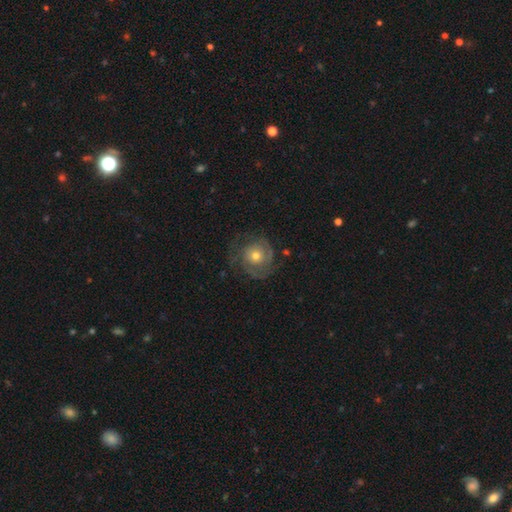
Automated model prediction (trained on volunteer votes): A featured or disk galaxy (70%) with no bar (83%), 2 (38%) tight (59%) spiral arms (86%) and a moderate central bulge (63%).

Vote fractions:
- Smooth or featured? featured or disk: 70% / smooth: 22% / star or artifact: 7%
- Edge-on disk? no: 97% / yes: 3%
- Bar? no: 83% / weak: 14% / strong: 3%
- Spiral arms? yes: 86% / no: 14%
- Spiral winding? tight: 59% / medium: 30% / loose: 11%
- Spiral arm count? 2: 38% / can't tell: 31% / 3: 15% / 1: 8% / 4: 5% / more than 4: 4%
- Bulge size? moderate: 63% / small: 30% / large: 5% / none: 1% / dominant: 1%
- Merging? none: 67% / minor disturbance: 18% / major disturbance: 14% / merger: 1%